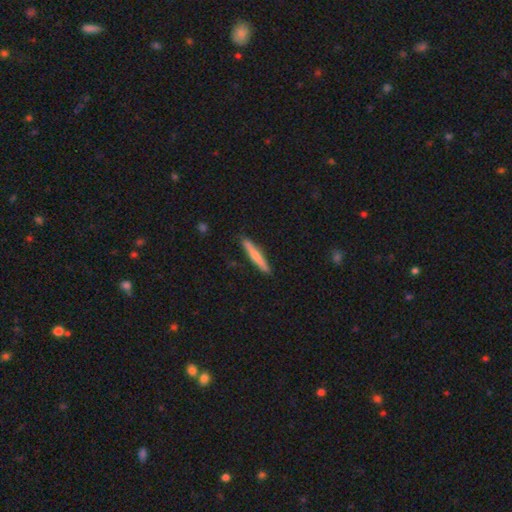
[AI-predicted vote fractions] This is likely a smooth galaxy (68%). How rounded: clearly cigar-shaped (94%). Merging: clearly none (88%).